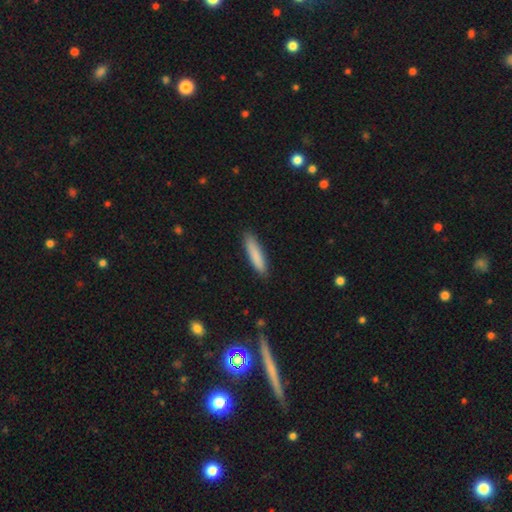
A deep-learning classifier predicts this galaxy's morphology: Smooth or featured? smooth (85%)
How rounded? cigar-shaped (82%)
Merging? none (88%)